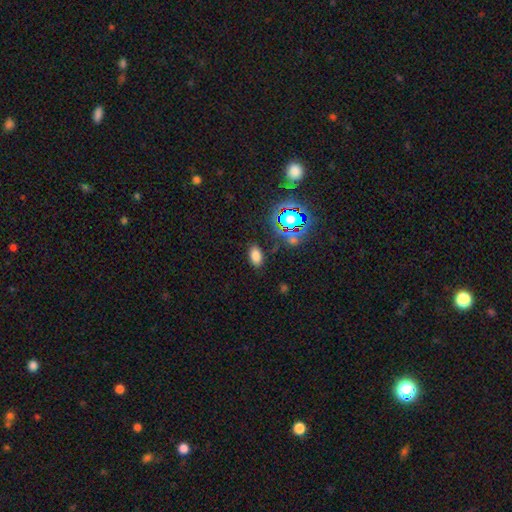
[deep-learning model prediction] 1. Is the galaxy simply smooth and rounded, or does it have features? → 73% smooth, 20% star or artifact, 7% featured or disk.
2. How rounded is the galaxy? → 91% in between, 6% round, 3% cigar-shaped.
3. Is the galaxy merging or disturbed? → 85% none, 10% minor disturbance, 3% major disturbance, 2% merger.